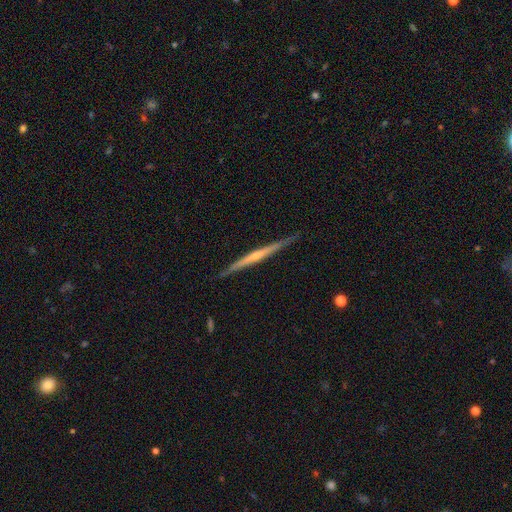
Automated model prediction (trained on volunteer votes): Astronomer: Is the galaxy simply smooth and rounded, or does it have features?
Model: featured or disk — 78%.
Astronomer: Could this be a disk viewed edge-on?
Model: yes — 98%.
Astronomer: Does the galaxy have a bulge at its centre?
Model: rounded — 62%.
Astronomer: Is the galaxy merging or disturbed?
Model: none — 90%.